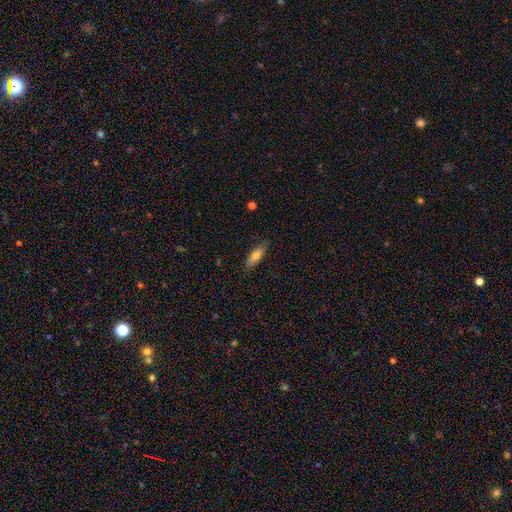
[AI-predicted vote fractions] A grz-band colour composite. It shows a smooth galaxy with no disk features (71%) that is in between round and cigar-shaped (55%). Merging: none (86%).